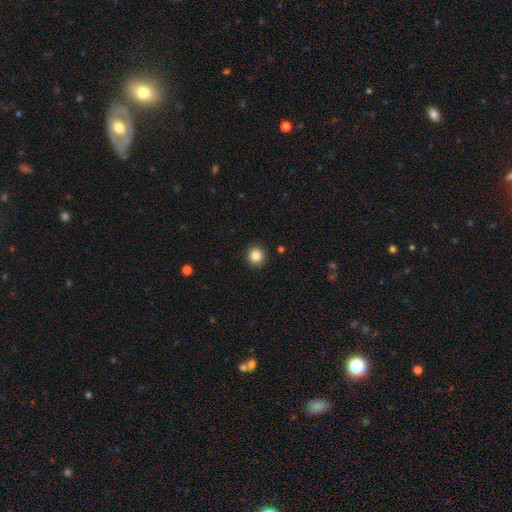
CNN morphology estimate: smooth 86%, star or artifact 10%, featured or disk 4%. Down the decision tree: how rounded — round (94%); merging — none (92%).